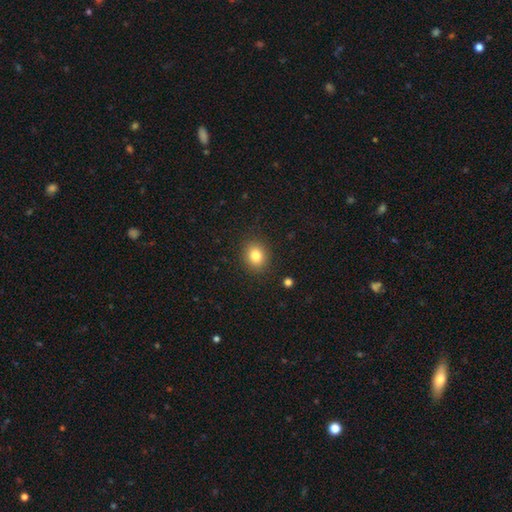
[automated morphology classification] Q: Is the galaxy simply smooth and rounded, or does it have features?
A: smooth — 82%.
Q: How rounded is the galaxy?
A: round — 66%.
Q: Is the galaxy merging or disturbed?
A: none — 89%.